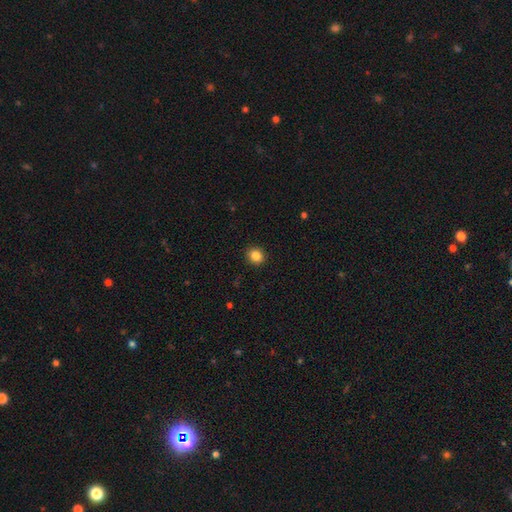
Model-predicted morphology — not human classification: The model was most divided on "how rounded": round: 76%, in between: 23%, cigar-shaped: 1%. More confident: merging — none (91%); smooth or featured — smooth (86%).